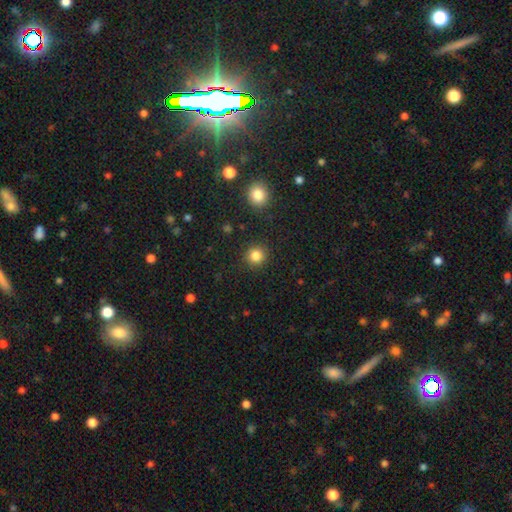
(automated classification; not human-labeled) Smooth or featured: smooth — 84% (star or artifact — 11%)
How rounded: round — 92% (in between — 7%)
Merging: none — 90% (minor disturbance — 6%)